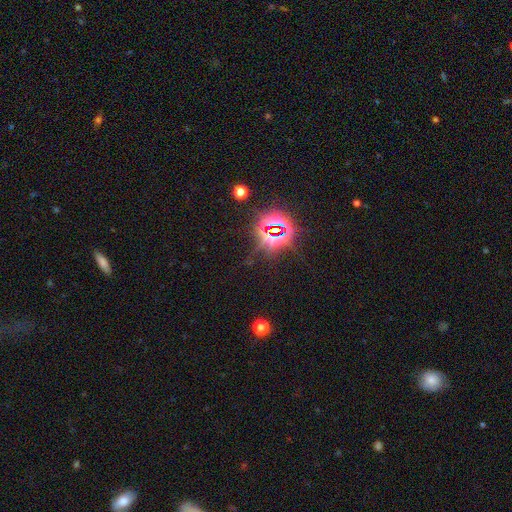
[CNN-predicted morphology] Smooth or featured? Predicted: star or artifact (p=0.81).